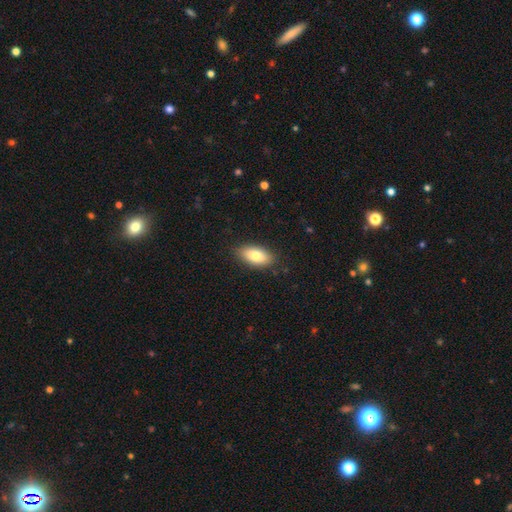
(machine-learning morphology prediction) smooth_or_featured: smooth (p=0.81) [alt: featured or disk p=0.12]
how_rounded: in between (p=0.90) [alt: cigar-shaped p=0.07]
merging: none (p=0.86) [alt: minor disturbance p=0.11]